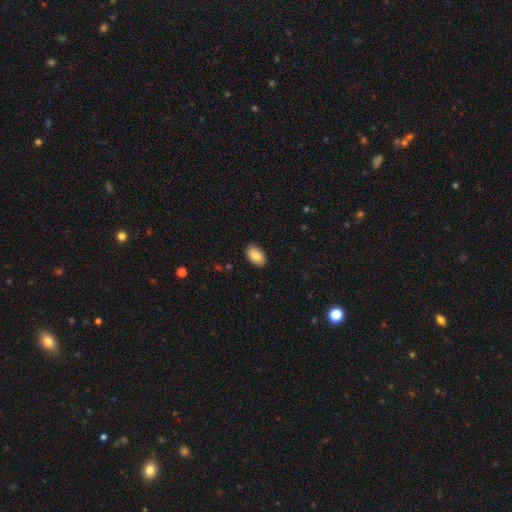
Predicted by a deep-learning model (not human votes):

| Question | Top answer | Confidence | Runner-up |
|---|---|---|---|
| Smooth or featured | smooth | 82% | featured or disk (11%) |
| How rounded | in between | 91% | round (8%) |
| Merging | none | 89% | minor disturbance (9%) |